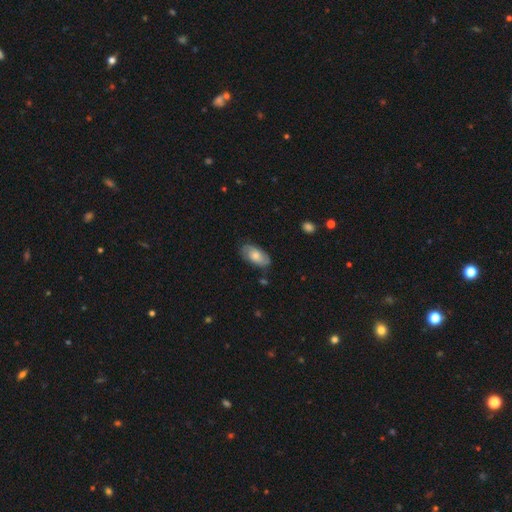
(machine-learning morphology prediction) smooth 55%, featured or disk 38%, star or artifact 7%. Down the decision tree: how rounded — in between (92%); merging — none (76%).